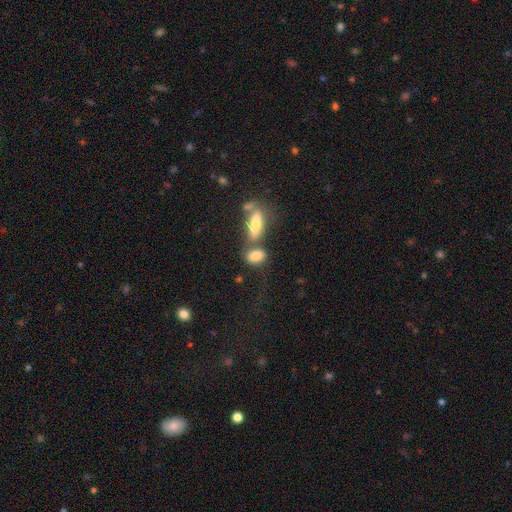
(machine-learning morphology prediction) Q: Smooth or featured?
A: smooth (80%); runner-up: featured or disk (11%)
Q: How rounded?
A: in between (77%); runner-up: round (14%)
Q: Merging?
A: none (42%); runner-up: merger (38%)